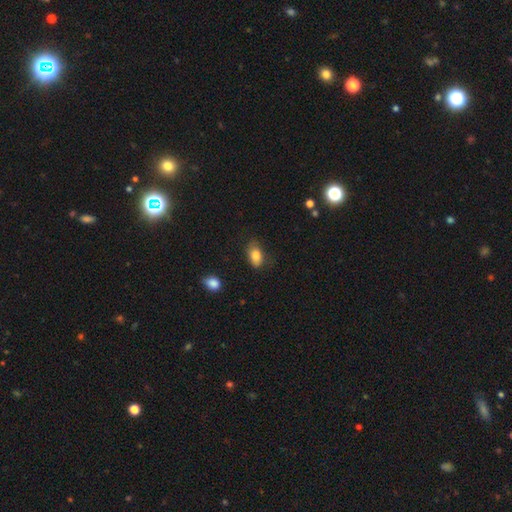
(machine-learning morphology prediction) Smooth or featured?
  - smooth: 83% *
  - featured or disk: 9%
  - star or artifact: 8%
How rounded?
  - in between: 89% *
  - round: 9%
  - cigar-shaped: 2%
Merging?
  - none: 65% *
  - minor disturbance: 27%
  - major disturbance: 6%
  - merger: 2%